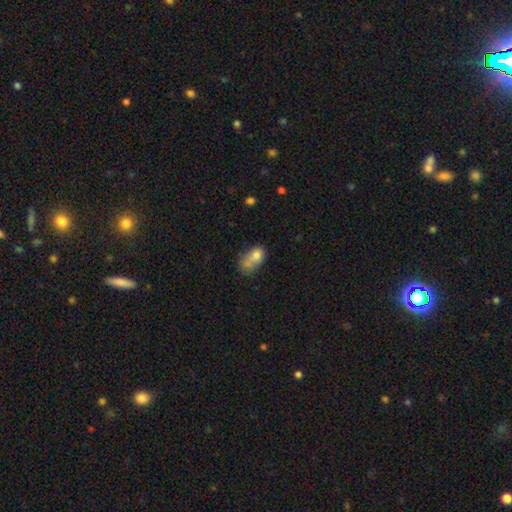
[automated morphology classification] The model was most divided on "merging": merger: 45%, none: 22%, minor disturbance: 18%, major disturbance: 14%. More confident: how rounded — in between (75%); smooth or featured — smooth (70%).